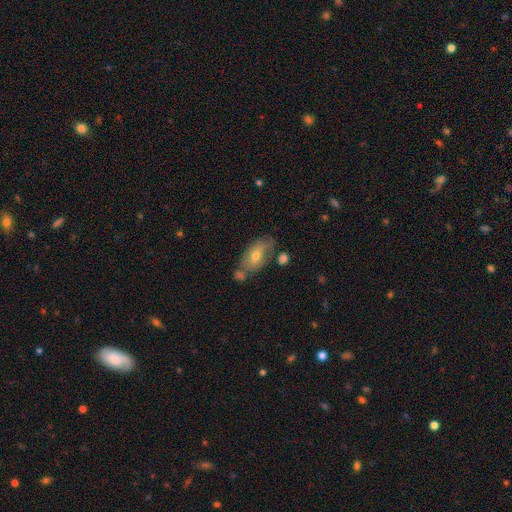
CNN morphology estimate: Smooth or featured? smooth (58%)
How rounded? in between (88%)
Merging? none (55%)